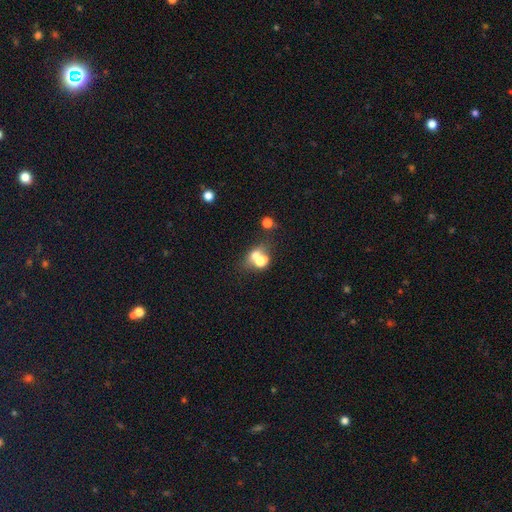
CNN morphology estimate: smooth_or_featured: smooth (p=0.62) [alt: featured or disk p=0.23]
how_rounded: round (p=0.53) [alt: in between p=0.45]
merging: merger (p=0.61) [alt: none p=0.25]